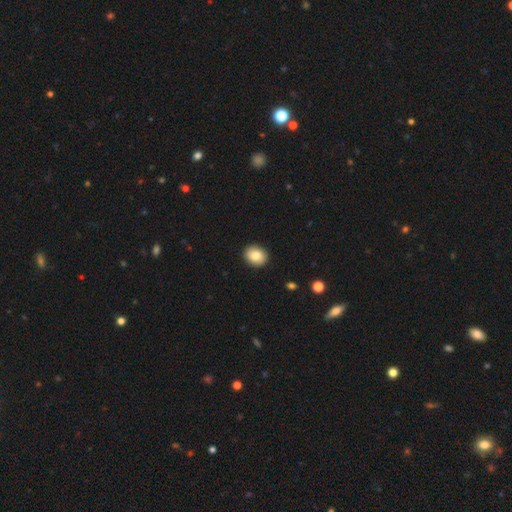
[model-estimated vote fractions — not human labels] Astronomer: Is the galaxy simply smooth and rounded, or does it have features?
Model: smooth — 85%.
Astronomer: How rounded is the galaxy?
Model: in between — 51% (runner-up: round, 49%).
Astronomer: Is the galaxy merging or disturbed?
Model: none — 91%.